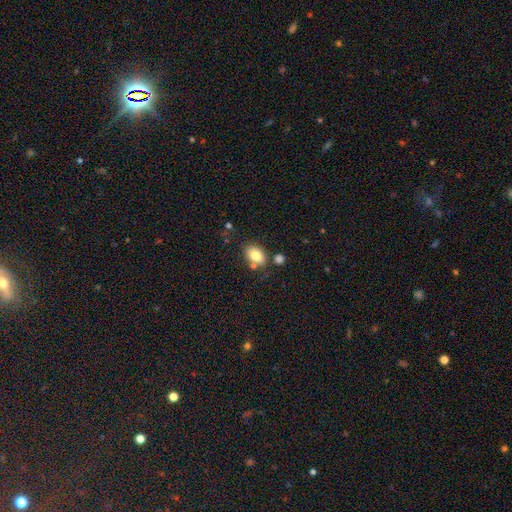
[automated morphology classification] A smooth galaxy with no disk features (81%) that is in between round and cigar-shaped (84%). Merging: none (70%).